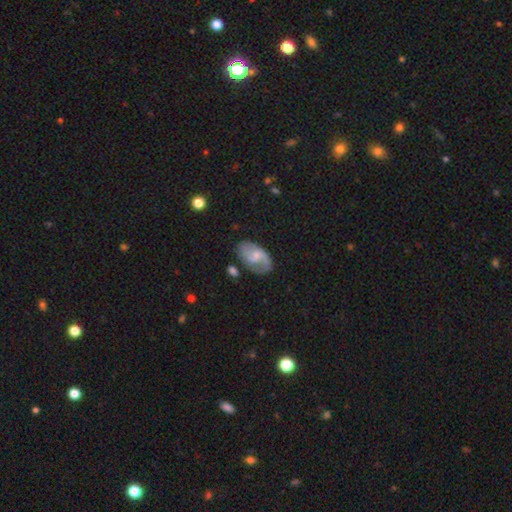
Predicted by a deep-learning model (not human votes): Q: Smooth or featured?
A: featured or disk (65%); runner-up: smooth (29%)
Q: Edge-on disk?
A: no (96%); runner-up: yes (4%)
Q: Bar?
A: weak (49%); runner-up: no (41%)
Q: Spiral arms?
A: yes (88%); runner-up: no (12%)
Q: Spiral winding?
A: medium (46%); runner-up: loose (34%)
Q: Spiral arm count?
A: 2 (73%); runner-up: 1 (12%)
Q: Bulge size?
A: small (49%); runner-up: moderate (34%)
Q: Merging?
A: none (63%); runner-up: minor disturbance (23%)